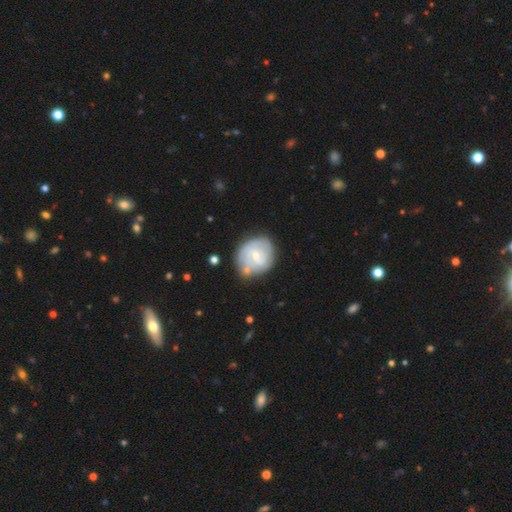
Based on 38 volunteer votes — featured or disk 68%, smooth 24%, star or artifact 8%. Down the decision tree: edge-on disk — no (96%); bar — weak (64%); spiral arms — yes (88%); spiral arm count — 2 (50%); spiral winding — tight (59%); bulge size — small (72%); merging — none (74%).